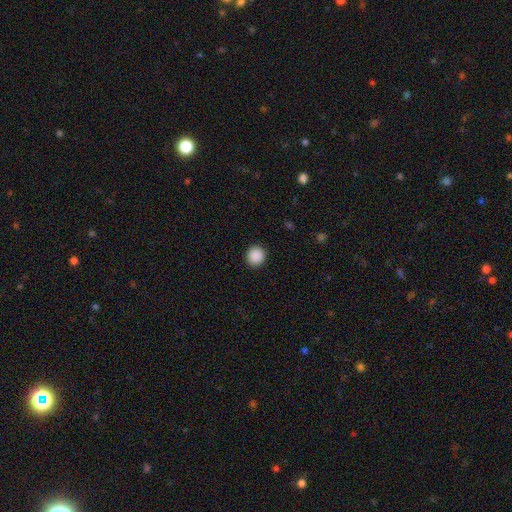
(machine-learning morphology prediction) The model was most divided on "smooth or featured": smooth: 89%, star or artifact: 9%, featured or disk: 2%. More confident: how rounded — round (93%); merging — none (92%).